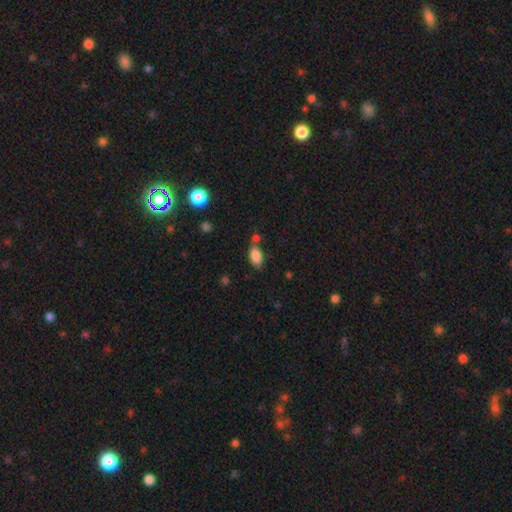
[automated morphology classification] Q: Smooth or featured?
A: smooth (85%); runner-up: star or artifact (9%)
Q: How rounded?
A: in between (91%); runner-up: round (5%)
Q: Merging?
A: none (58%); runner-up: merger (19%)